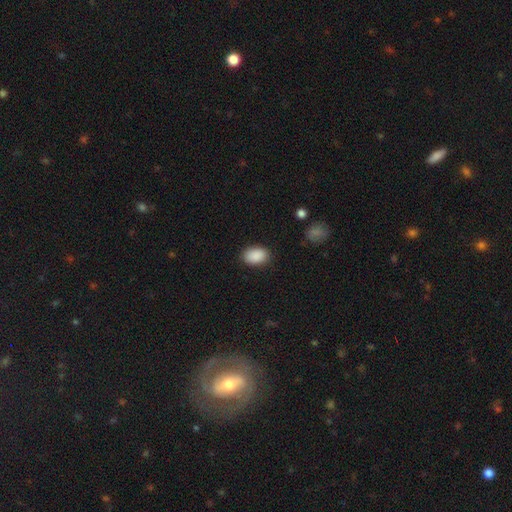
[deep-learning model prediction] Q: Smooth or featured?
A: smooth (90%); runner-up: star or artifact (7%)
Q: How rounded?
A: in between (88%); runner-up: round (11%)
Q: Merging?
A: none (88%); runner-up: minor disturbance (9%)